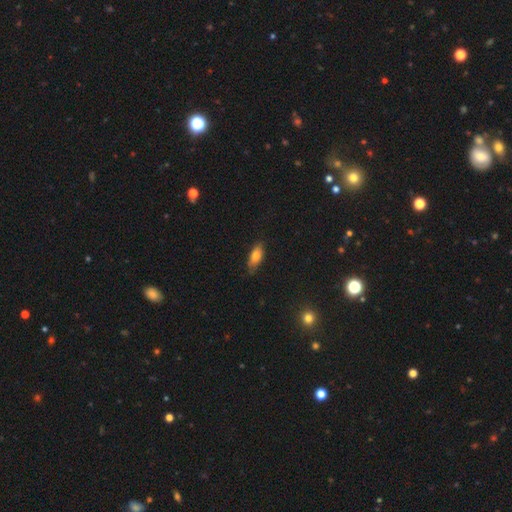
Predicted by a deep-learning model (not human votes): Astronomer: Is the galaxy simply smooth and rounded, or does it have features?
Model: smooth — 76%.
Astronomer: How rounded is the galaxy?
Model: in between — 78%.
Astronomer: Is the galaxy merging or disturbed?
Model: none — 77%.